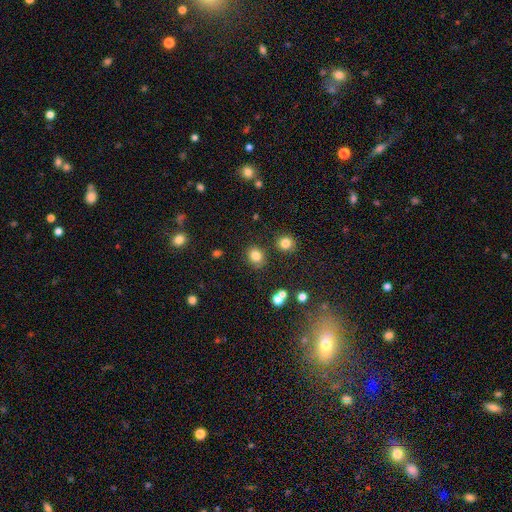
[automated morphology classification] smooth 81%, star or artifact 13%, featured or disk 6%. Down the decision tree: how rounded — round (72%); merging — none (82%).